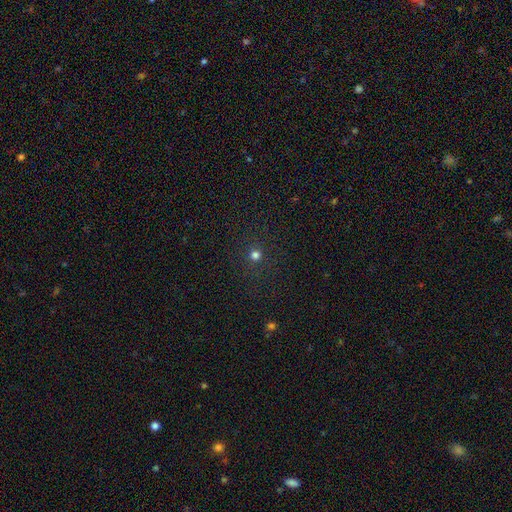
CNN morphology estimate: Smooth or featured?
  - star or artifact: 47% *
  - smooth: 46%
  - featured or disk: 8%